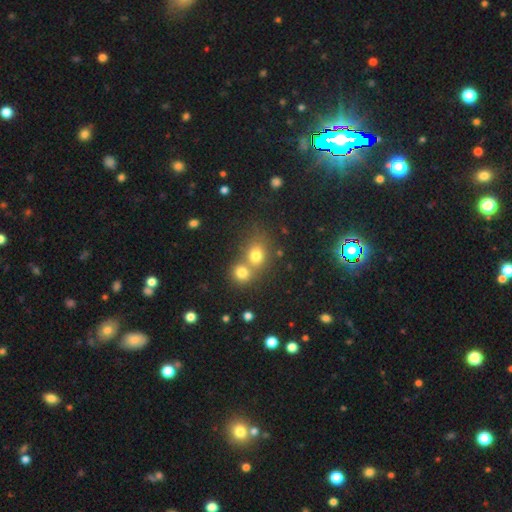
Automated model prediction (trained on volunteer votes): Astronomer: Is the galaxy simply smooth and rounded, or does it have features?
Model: smooth — 75%.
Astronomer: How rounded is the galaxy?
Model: round — 70%.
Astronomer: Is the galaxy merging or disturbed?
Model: merger — 53% (runner-up: none, 37%).